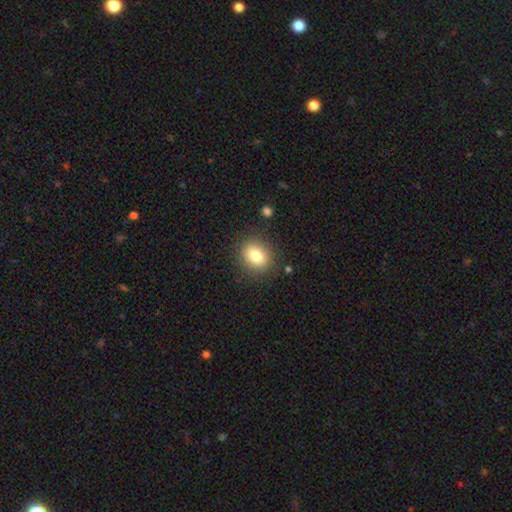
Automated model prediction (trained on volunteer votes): Q: Smooth or featured?
A: smooth (79%); runner-up: star or artifact (11%)
Q: How rounded?
A: round (68%); runner-up: in between (31%)
Q: Merging?
A: none (86%); runner-up: minor disturbance (9%)